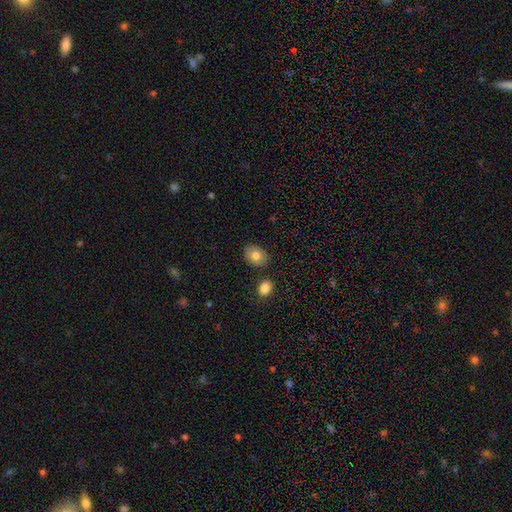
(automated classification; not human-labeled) This appears to be a smooth galaxy with no disk features (81%) that is in between round and cigar-shaped (67%). Merging: none (82%).